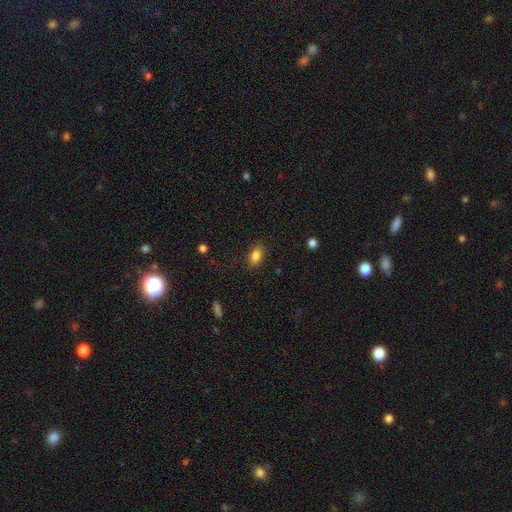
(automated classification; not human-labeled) Smooth or featured: smooth — 84% (star or artifact — 9%)
How rounded: in between — 88% (round — 9%)
Merging: none — 84% (minor disturbance — 12%)